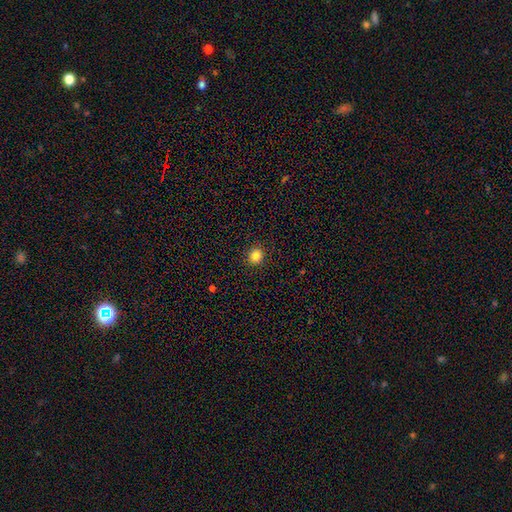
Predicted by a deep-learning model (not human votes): smooth-or-featured: smooth: 84% | star or artifact: 12% | featured or disk: 4%
  how-rounded: round: 89% | in between: 10% | cigar-shaped: 1%
  merging: none: 92% | minor disturbance: 5% | major disturbance: 2% | merger: 1%